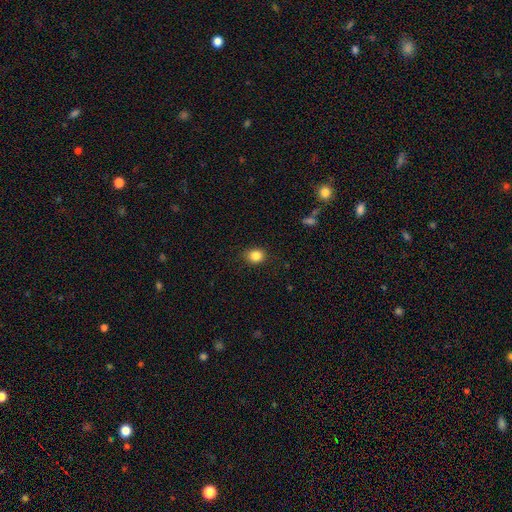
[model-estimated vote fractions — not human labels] A smooth galaxy with no disk features (85%) that is round (68%).

Vote fractions:
- Smooth or featured? smooth: 85% / star or artifact: 10% / featured or disk: 5%
- How rounded? round: 68% / in between: 31% / cigar-shaped: 1%
- Merging? none: 88% / minor disturbance: 9% / major disturbance: 2% / merger: 1%